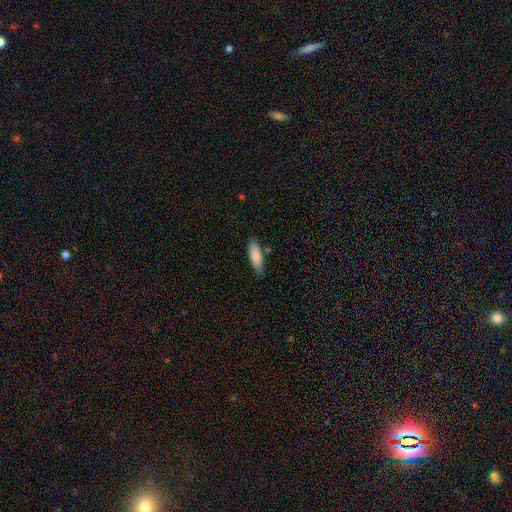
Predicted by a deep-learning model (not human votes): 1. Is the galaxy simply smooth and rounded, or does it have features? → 84% smooth, 10% featured or disk, 6% star or artifact.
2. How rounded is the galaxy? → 59% in between, 40% cigar-shaped, 2% round.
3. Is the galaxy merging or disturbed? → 77% none, 16% minor disturbance, 4% merger, 3% major disturbance.